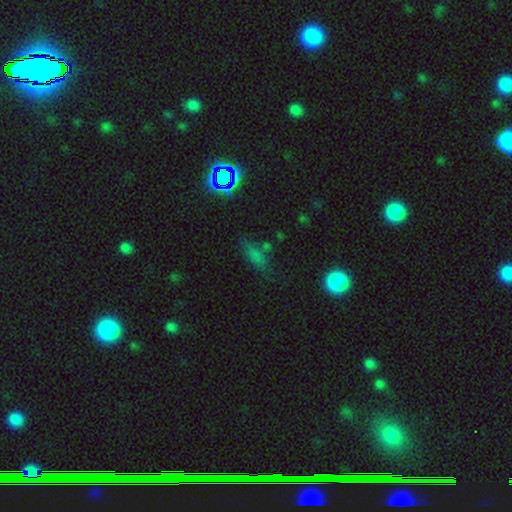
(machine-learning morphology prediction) A smooth galaxy with no disk features (60%) that is in between round and cigar-shaped (60%). Merging: none (60%).